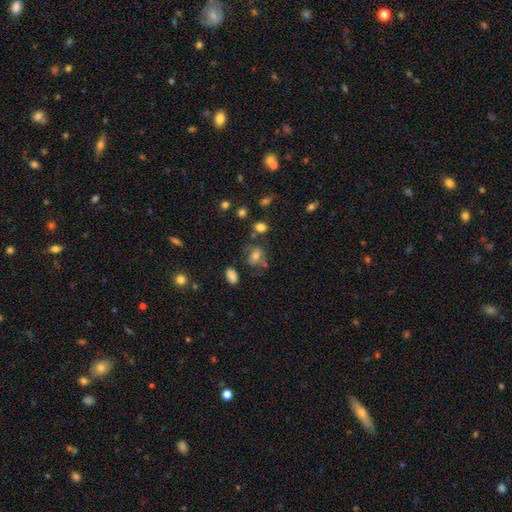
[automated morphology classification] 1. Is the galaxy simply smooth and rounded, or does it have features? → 61% smooth, 23% featured or disk, 16% star or artifact.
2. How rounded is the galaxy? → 57% in between, 41% round, 2% cigar-shaped.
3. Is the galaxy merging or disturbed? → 52% none, 23% minor disturbance, 15% major disturbance, 10% merger.